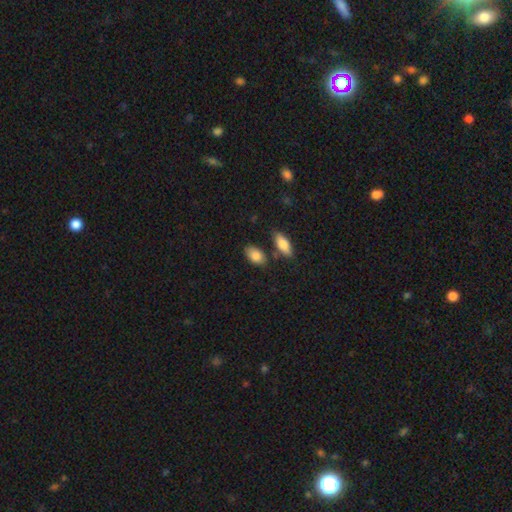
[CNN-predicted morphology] Smooth or featured? Predicted: smooth (p=0.86). How rounded? Predicted: in between (p=0.91). Merging? Predicted: none (p=0.70).